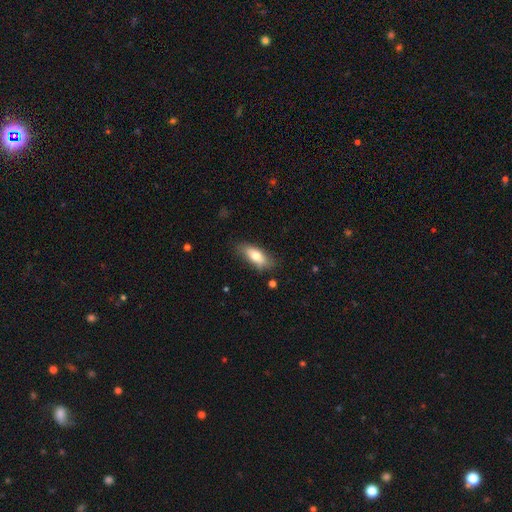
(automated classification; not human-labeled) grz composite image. It shows a smooth galaxy with no disk features (73%) that is in between round and cigar-shaped (78%). Merging: none (75%).